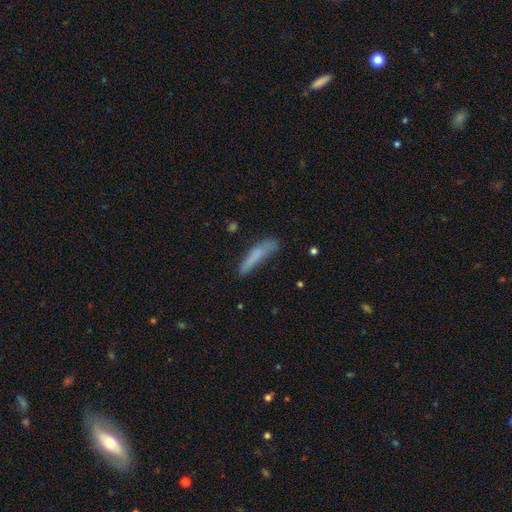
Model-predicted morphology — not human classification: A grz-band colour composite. It shows a smooth galaxy with no disk features (73%) that is cigar-shaped (87%). Merging: none (59%).